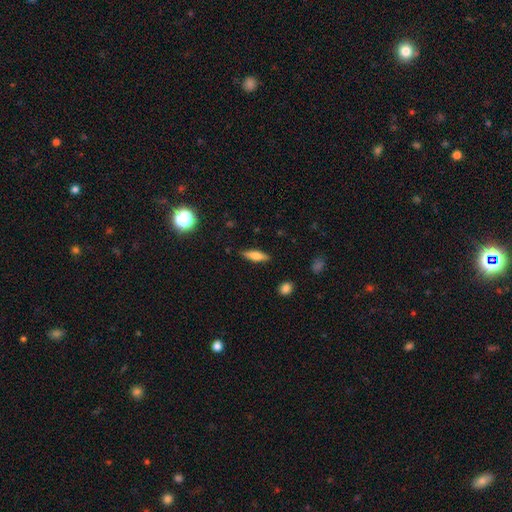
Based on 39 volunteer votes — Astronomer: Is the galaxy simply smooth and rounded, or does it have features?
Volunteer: smooth — 51% (runner-up: featured or disk, 44%).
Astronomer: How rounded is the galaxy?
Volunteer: in between — 65%.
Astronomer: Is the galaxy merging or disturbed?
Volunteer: none — 100%.